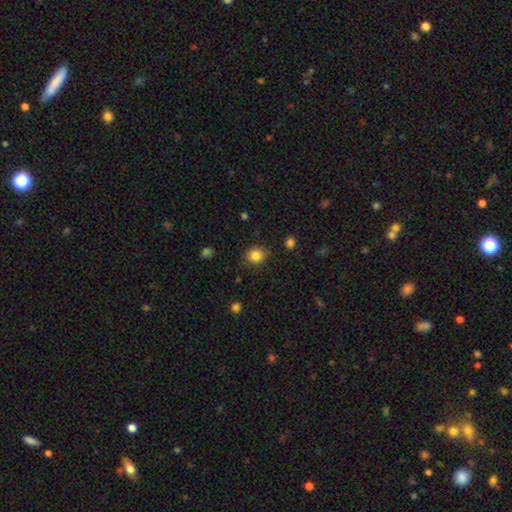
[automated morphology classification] Smooth or featured?
  - smooth: 84% *
  - star or artifact: 11%
  - featured or disk: 5%
How rounded?
  - round: 76% *
  - in between: 23%
  - cigar-shaped: 1%
Merging?
  - none: 82% *
  - minor disturbance: 13%
  - major disturbance: 3%
  - merger: 2%